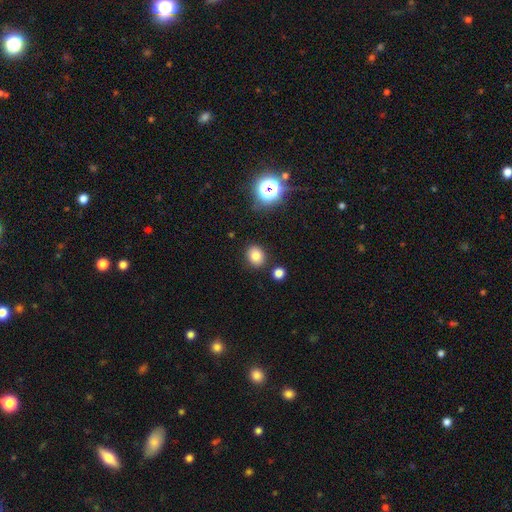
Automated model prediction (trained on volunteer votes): Smooth or featured? smooth (79%)
How rounded? round (59%)
Merging? none (85%)